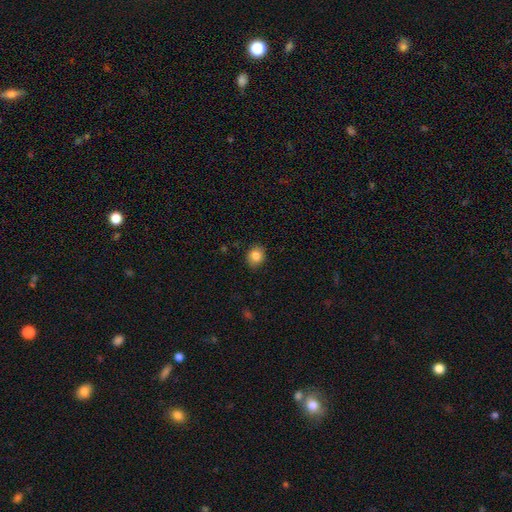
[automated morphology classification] Smooth or featured? smooth (85%)
How rounded? round (67%)
Merging? none (85%)